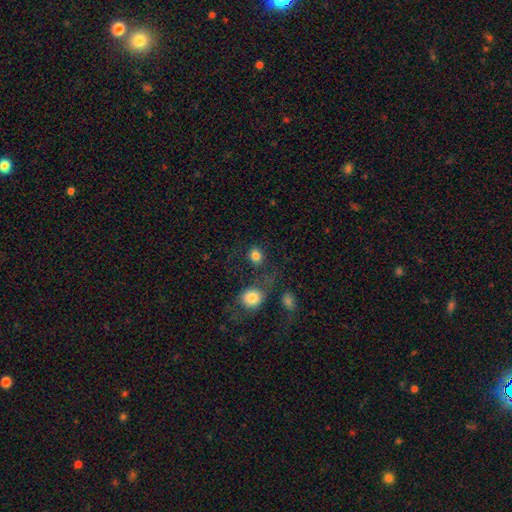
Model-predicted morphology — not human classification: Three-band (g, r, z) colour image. It shows a smooth galaxy with no disk features (82%) that is round (64%). Merging: none (61%).